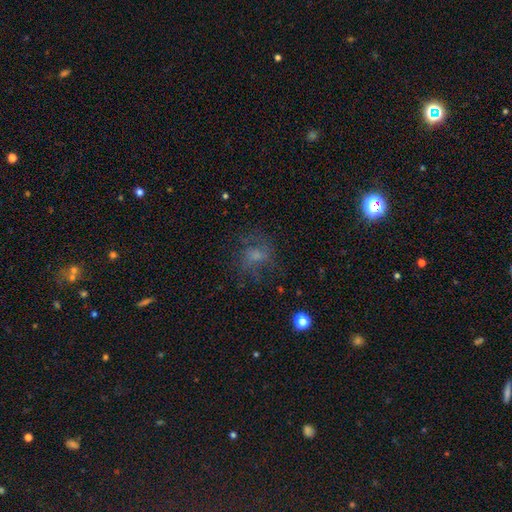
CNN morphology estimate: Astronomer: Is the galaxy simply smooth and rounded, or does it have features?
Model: smooth — 47% (runner-up: featured or disk, 34%).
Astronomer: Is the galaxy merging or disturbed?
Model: none — 58%.